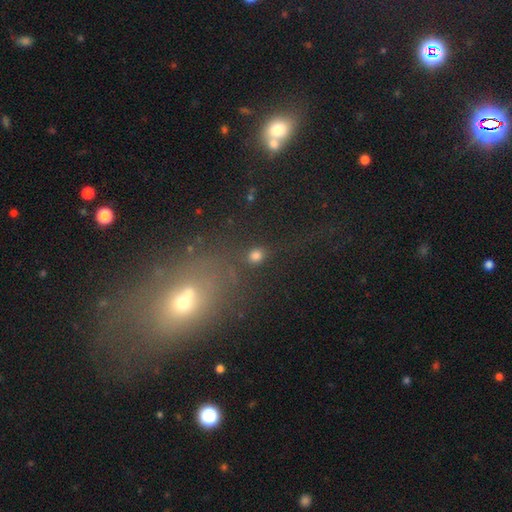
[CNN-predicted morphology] The model was most divided on "how rounded": round: 67%, in between: 31%, cigar-shaped: 2%. More confident: merging — none (80%); smooth or featured — smooth (79%).